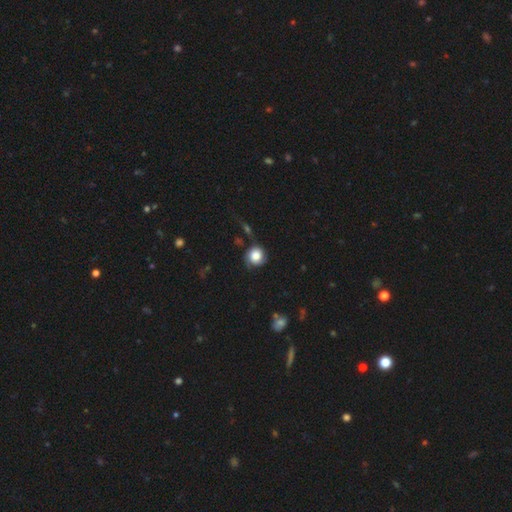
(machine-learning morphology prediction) Smooth or featured? Predicted: smooth (p=0.67). How rounded? Predicted: round (p=0.87). Merging? Predicted: none (p=0.64).